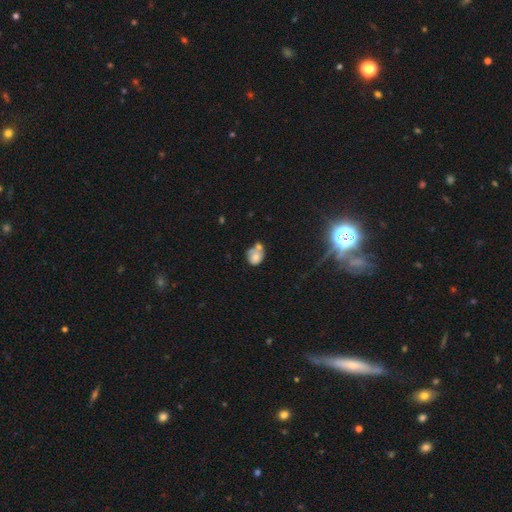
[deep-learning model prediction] smooth 67%, featured or disk 22%, star or artifact 11%. Down the decision tree: how rounded — round (57%); merging — merger (45%).